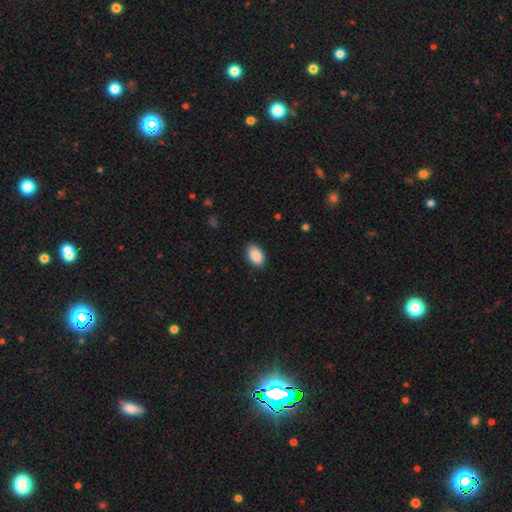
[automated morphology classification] smooth-or-featured: smooth: 91% | star or artifact: 7% | featured or disk: 3%
  how-rounded: in between: 93% | round: 6% | cigar-shaped: 1%
  merging: none: 88% | minor disturbance: 9% | major disturbance: 2% | merger: 1%